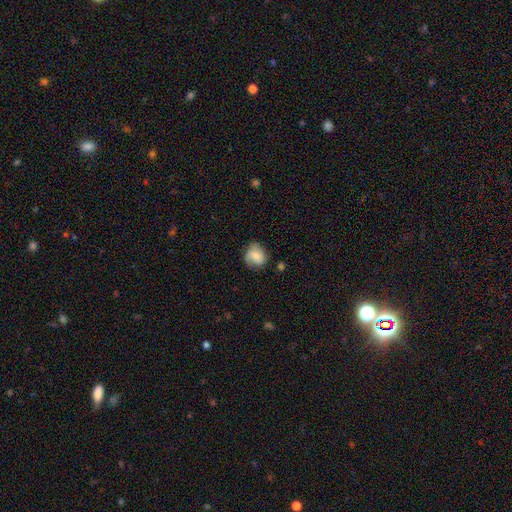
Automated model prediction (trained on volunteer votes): The model was most divided on "smooth or featured": smooth: 66%, featured or disk: 26%, star or artifact: 8%. More confident: how rounded — round (74%); merging — none (67%).